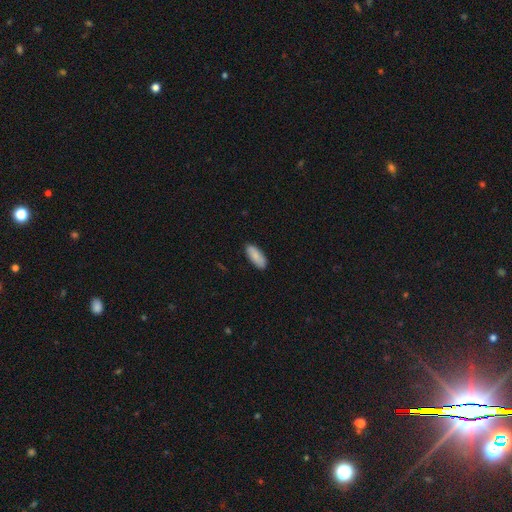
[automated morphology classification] Overall: smooth (84%). How rounded: in between (79%). Merging: none (87%).